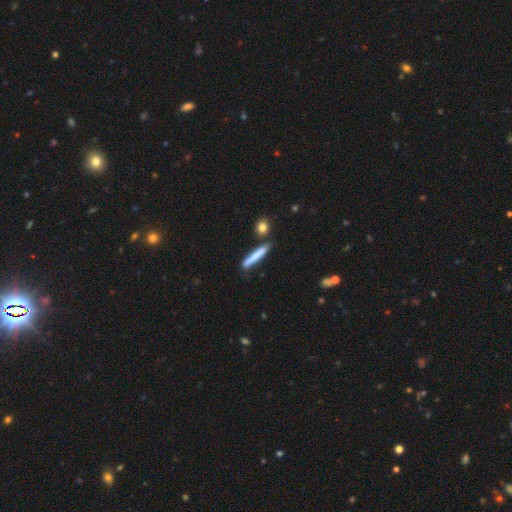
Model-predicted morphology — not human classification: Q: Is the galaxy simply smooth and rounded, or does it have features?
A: smooth — 74%.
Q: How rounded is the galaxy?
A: cigar-shaped — 92%.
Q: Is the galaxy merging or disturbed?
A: none — 77%.